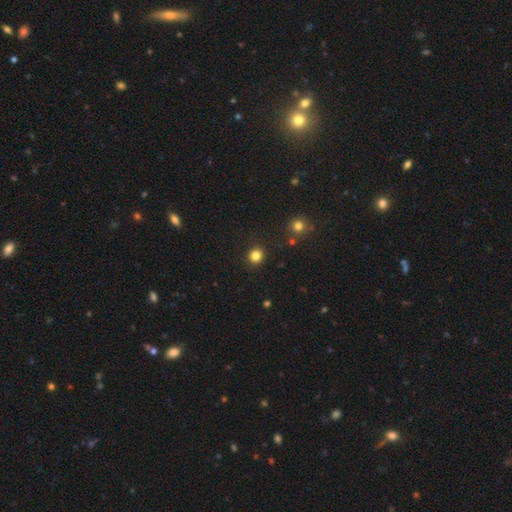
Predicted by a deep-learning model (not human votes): Smooth or featured: smooth — 82% (star or artifact — 13%)
How rounded: round — 86% (in between — 13%)
Merging: none — 91% (minor disturbance — 6%)